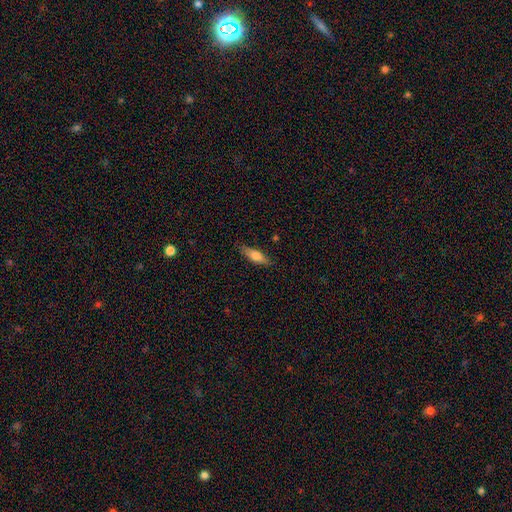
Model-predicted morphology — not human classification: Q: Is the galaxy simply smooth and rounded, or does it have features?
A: smooth — 70%.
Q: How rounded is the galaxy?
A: cigar-shaped — 51%.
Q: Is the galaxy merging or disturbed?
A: none — 84%.